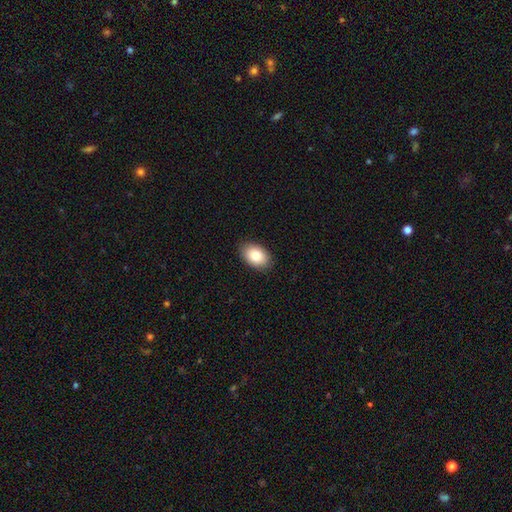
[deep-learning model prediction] This appears to be a smooth galaxy with no disk features (84%) that is in between round and cigar-shaped (86%). Merging: none (88%).